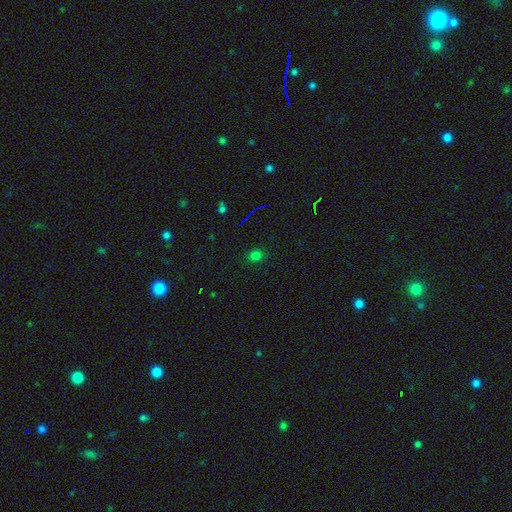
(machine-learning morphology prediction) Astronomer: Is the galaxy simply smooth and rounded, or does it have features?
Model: smooth — 70%.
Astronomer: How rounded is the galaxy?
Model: round — 76%.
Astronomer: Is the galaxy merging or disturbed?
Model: none — 87%.